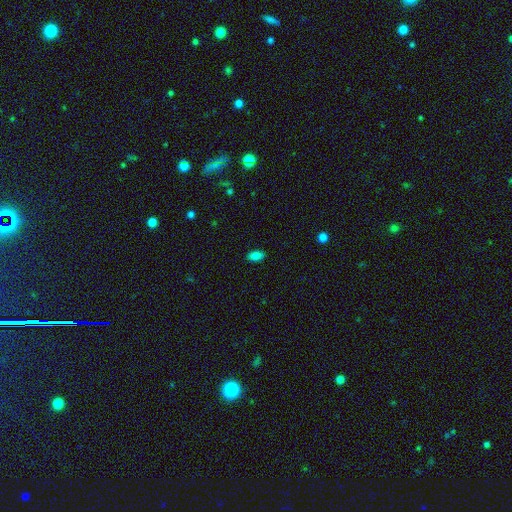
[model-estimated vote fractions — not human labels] This appears to be a smooth galaxy with no disk features (84%) that is in between round and cigar-shaped (91%). Merging: none (88%).